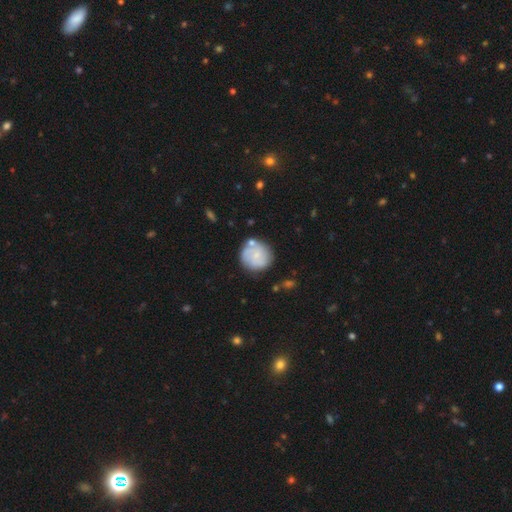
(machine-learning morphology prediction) A smooth galaxy with no disk features (54%) that is round (90%). Merging: none (69%).